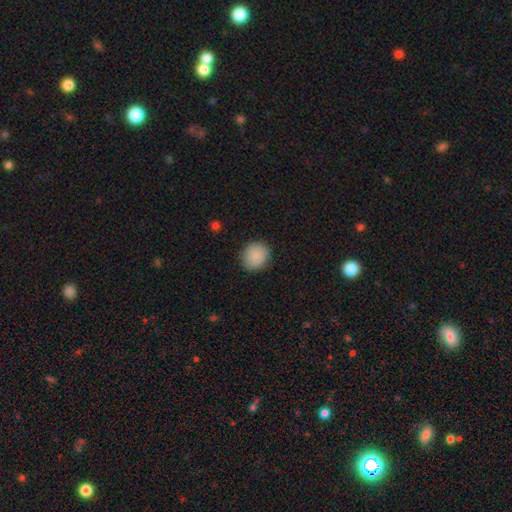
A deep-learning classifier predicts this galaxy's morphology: type=smooth (88%); roundness=round (78%); merging=none (87%).